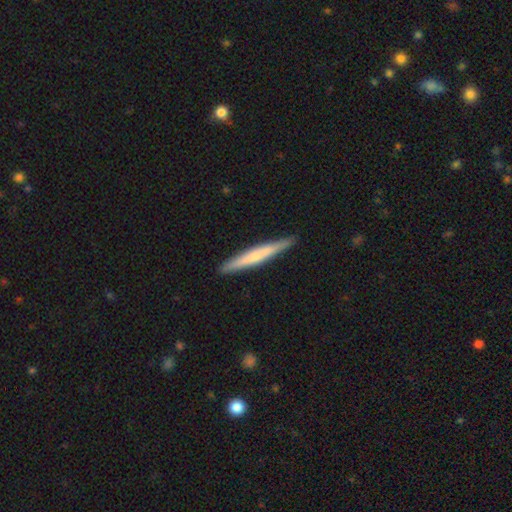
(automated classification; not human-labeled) Q: Smooth or featured?
A: smooth (51%); runner-up: featured or disk (44%)
Q: How rounded?
A: cigar-shaped (96%); runner-up: in between (3%)
Q: Merging?
A: none (91%); runner-up: minor disturbance (7%)